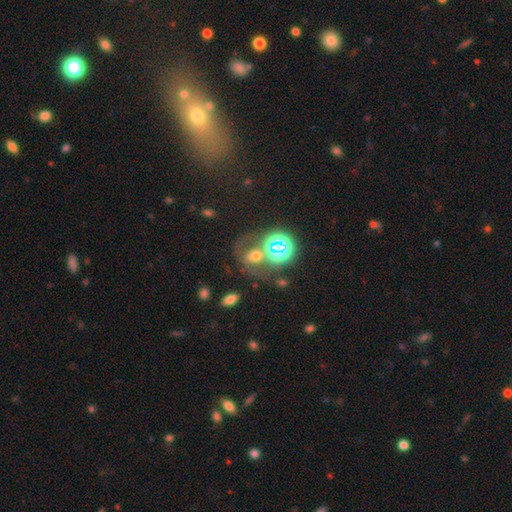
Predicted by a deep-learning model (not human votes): A smooth galaxy with no disk features (40%).

Vote fractions:
- Smooth or featured? smooth: 40% / star or artifact: 35% / featured or disk: 26%
- Merging? none: 47% / merger: 21% / major disturbance: 17% / minor disturbance: 16%